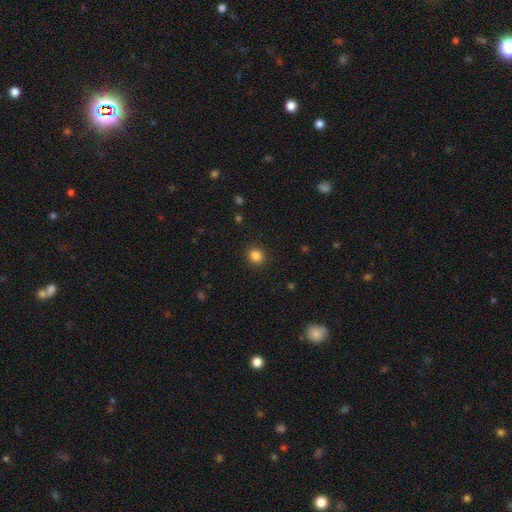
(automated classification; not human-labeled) Smooth or featured: smooth — 85% (star or artifact — 12%)
How rounded: round — 86% (in between — 13%)
Merging: none — 91% (minor disturbance — 6%)